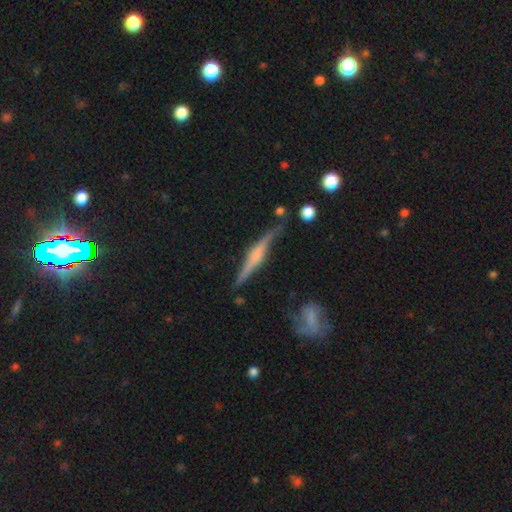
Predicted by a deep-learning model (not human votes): Smooth or featured: featured or disk — 79% (smooth — 15%)
Edge-on disk: yes — 96% (no — 4%)
Edge-on bulge: rounded — 65% (boxy — 23%)
Merging: none — 76% (minor disturbance — 16%)